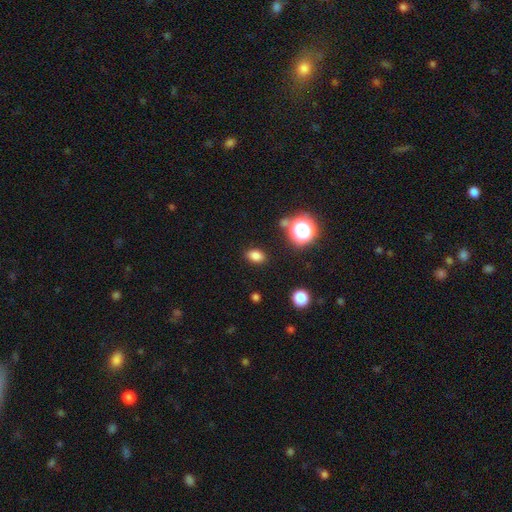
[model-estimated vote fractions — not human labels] A smooth galaxy with no disk features (80%) that is in between round and cigar-shaped (78%).

Vote fractions:
- Smooth or featured? smooth: 80% / star or artifact: 14% / featured or disk: 5%
- How rounded? in between: 78% / round: 21% / cigar-shaped: 2%
- Merging? none: 86% / minor disturbance: 10% / major disturbance: 3% / merger: 2%